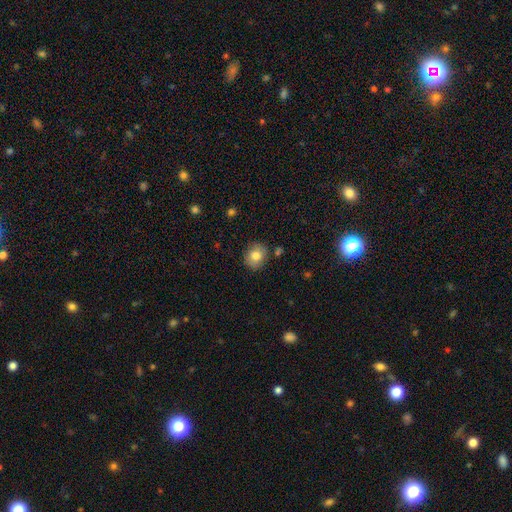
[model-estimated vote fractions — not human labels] Morphology: type=smooth (80%); roundness=round (74%); merging=none (85%).